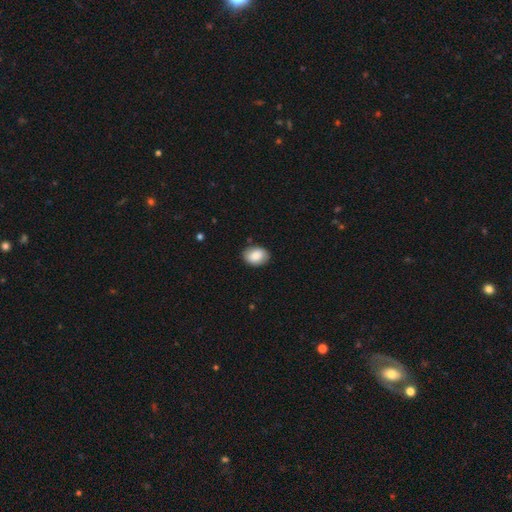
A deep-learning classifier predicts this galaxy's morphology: Smooth or featured?
  - smooth: 86% *
  - featured or disk: 8%
  - star or artifact: 7%
How rounded?
  - in between: 75% *
  - round: 24%
  - cigar-shaped: 1%
Merging?
  - none: 85% *
  - minor disturbance: 12%
  - major disturbance: 2%
  - merger: 1%